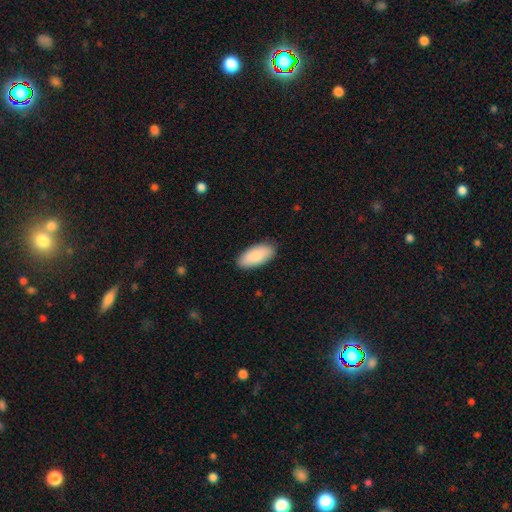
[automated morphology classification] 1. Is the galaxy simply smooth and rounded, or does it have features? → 86% smooth, 9% featured or disk, 5% star or artifact.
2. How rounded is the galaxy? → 92% in between, 7% cigar-shaped, 2% round.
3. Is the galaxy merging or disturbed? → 87% none, 10% minor disturbance, 2% major disturbance, 1% merger.